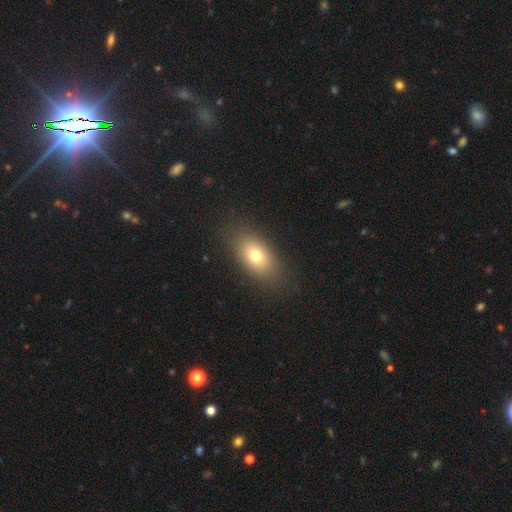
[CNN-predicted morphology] smooth_or_featured: smooth (p=0.74) [alt: featured or disk p=0.15]
how_rounded: in between (p=0.86) [alt: round p=0.10]
merging: none (p=0.85) [alt: minor disturbance p=0.10]